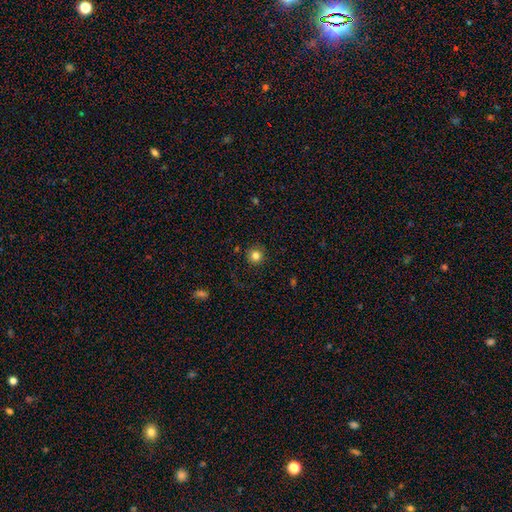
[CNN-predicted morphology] Smooth or featured: smooth — 82% (star or artifact — 12%)
How rounded: round — 94% (in between — 5%)
Merging: none — 89% (minor disturbance — 7%)